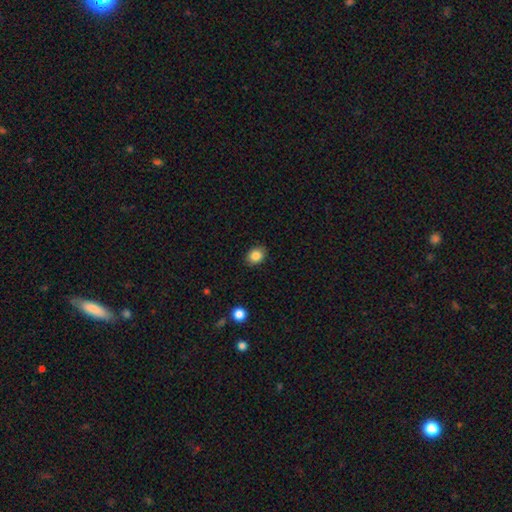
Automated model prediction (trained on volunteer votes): This is clearly a smooth galaxy (85%). How rounded: possibly in between (59%). Merging: clearly none (87%).